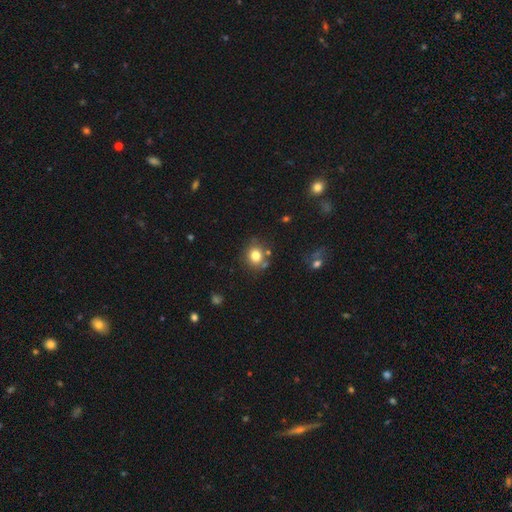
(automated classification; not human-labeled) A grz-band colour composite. It shows a smooth galaxy with no disk features (79%) that is round (79%). Merging: none (75%).